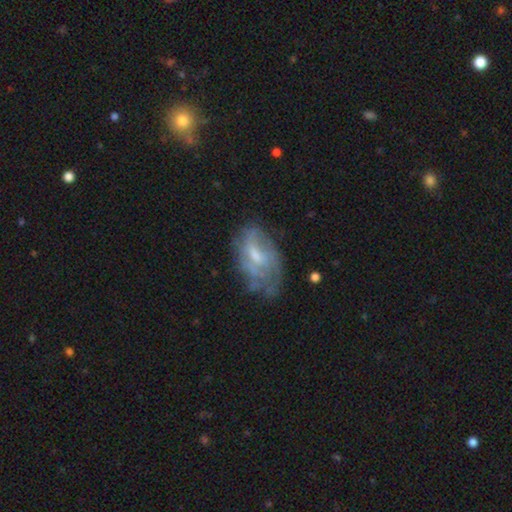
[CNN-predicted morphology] A featured or disk galaxy (58%) with no bar (52%), no spiral arms (52%) and a moderate central bulge (45%). Merging: none (47%).